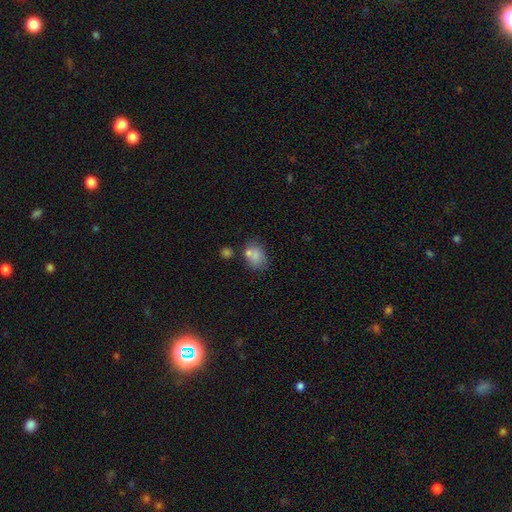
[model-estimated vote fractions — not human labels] Smooth or featured: smooth — 79% (star or artifact — 10%)
How rounded: in between — 61% (round — 38%)
Merging: none — 51% (merger — 23%)